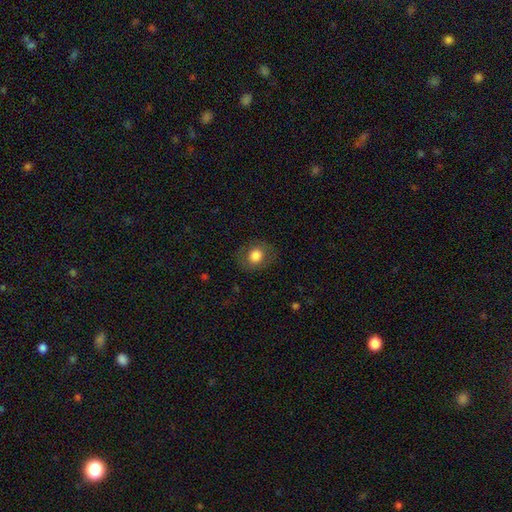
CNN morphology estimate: Overall: smooth (77%). How rounded: round (67%; in between 32%). Merging: none (82%).